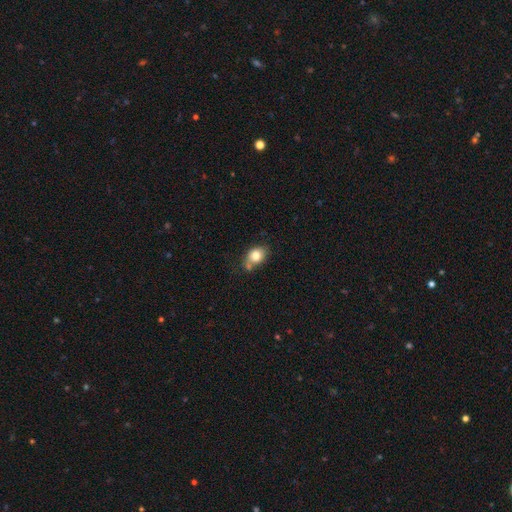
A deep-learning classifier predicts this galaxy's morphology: smooth-or-featured: smooth: 80% | featured or disk: 11% | star or artifact: 9%
  how-rounded: in between: 61% | round: 38% | cigar-shaped: 1%
  merging: none: 52% | minor disturbance: 21% | merger: 21% | major disturbance: 6%